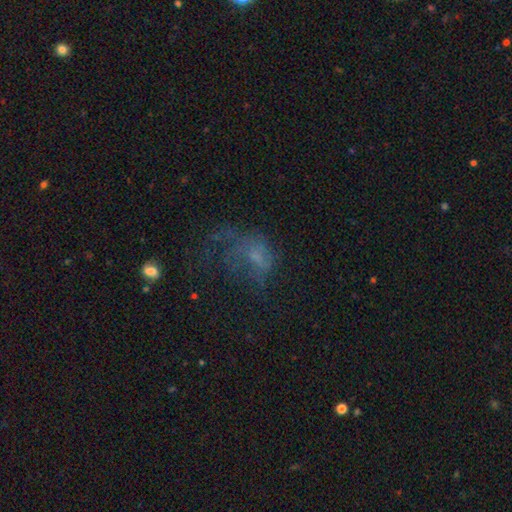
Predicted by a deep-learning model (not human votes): A featured or disk galaxy (44%).

Vote fractions:
- Smooth or featured? featured or disk: 44% / smooth: 34% / star or artifact: 22%
- Merging? major disturbance: 49% / none: 31% / minor disturbance: 17% / merger: 4%